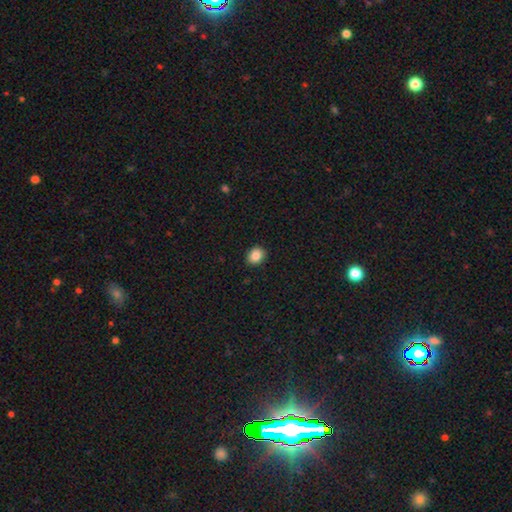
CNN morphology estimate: smooth 87%, star or artifact 9%, featured or disk 4%. Down the decision tree: how rounded — in between (50%); merging — none (90%).